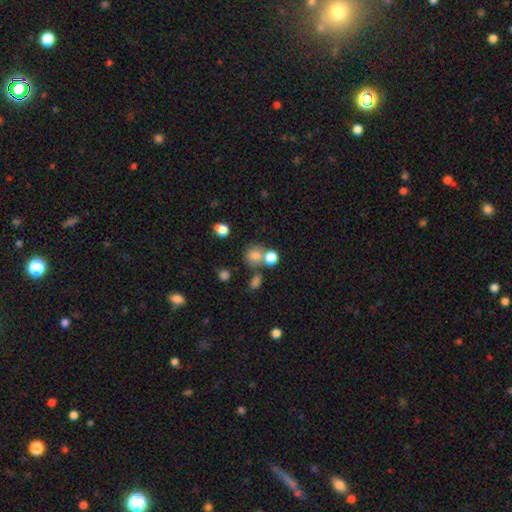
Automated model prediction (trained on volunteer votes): This appears to be a smooth galaxy with no disk features (77%) that is round (83%). Merging: none (57%).